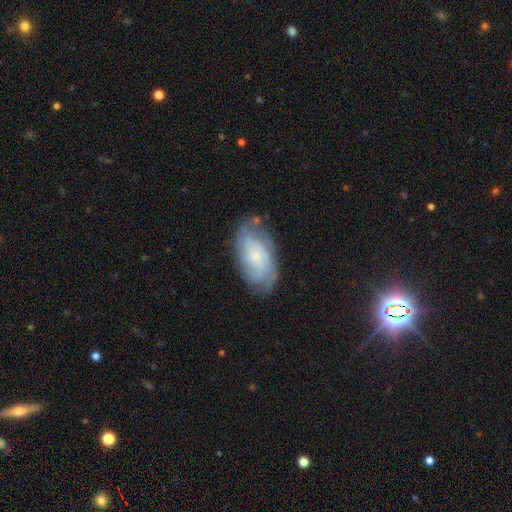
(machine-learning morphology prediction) A featured or disk galaxy (68%) with no bar (72%), tight (61%) spiral arms (90%) and a small central bulge (68%). Merging: none (73%).